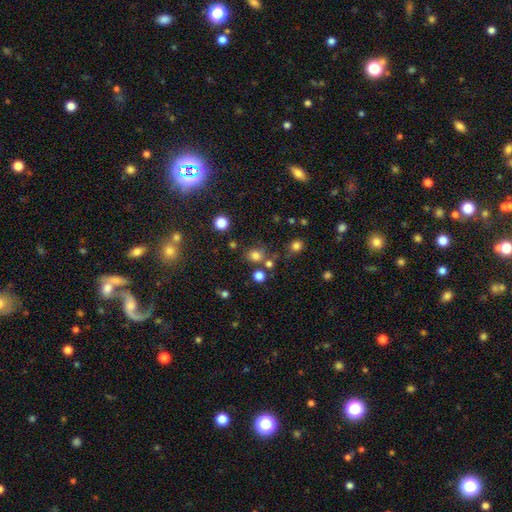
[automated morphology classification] The model was most divided on "smooth or featured": smooth: 76%, star or artifact: 18%, featured or disk: 6%. More confident: how rounded — round (79%); merging — none (73%).